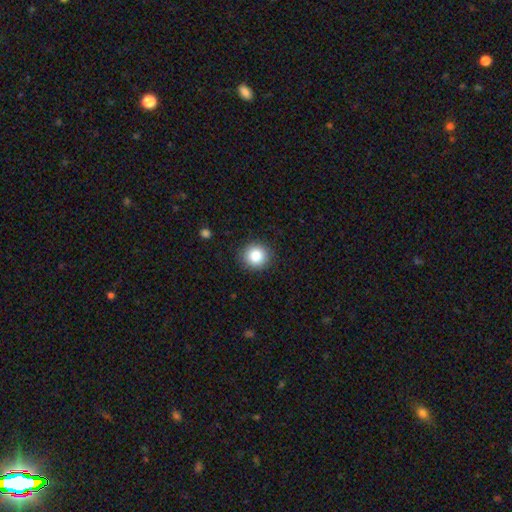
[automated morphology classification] This appears to be a smooth galaxy with no disk features (85%) that is round (93%). Merging: none (91%).